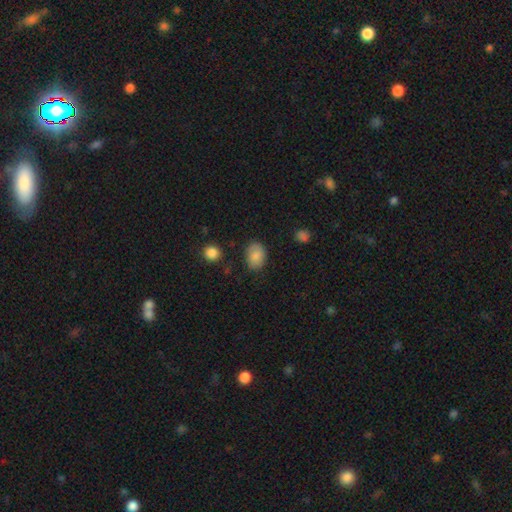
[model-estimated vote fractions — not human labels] smooth_or_featured: smooth (p=0.85) [alt: star or artifact p=0.07]
how_rounded: in between (p=0.76) [alt: round p=0.23]
merging: none (p=0.80) [alt: minor disturbance p=0.15]